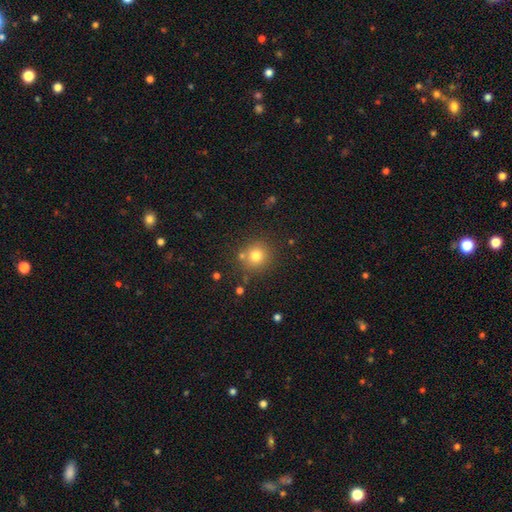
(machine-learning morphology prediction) Smooth or featured? smooth (77%)
How rounded? round (91%)
Merging? none (79%)